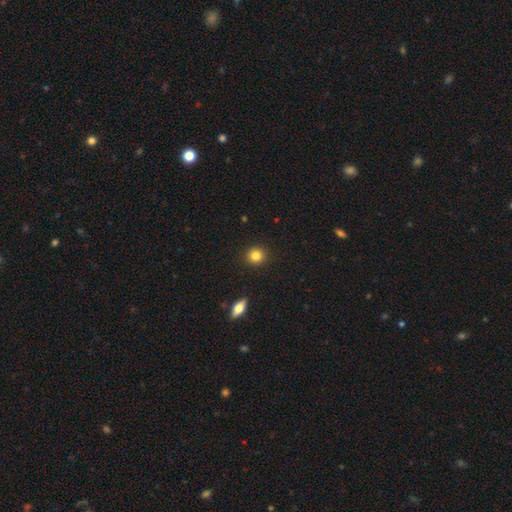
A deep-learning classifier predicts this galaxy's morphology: type=smooth (83%); roundness=round (89%); merging=none (92%).